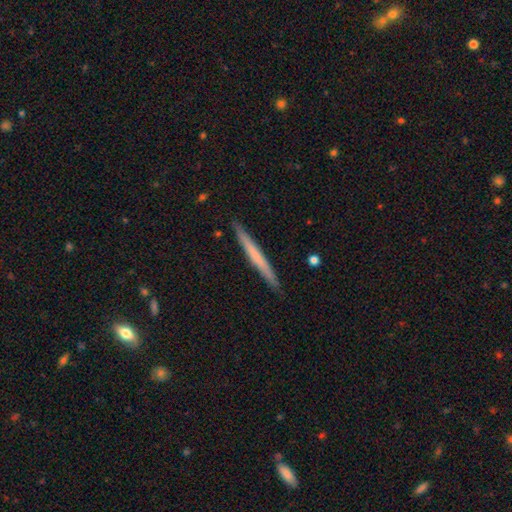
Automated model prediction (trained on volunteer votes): A smooth galaxy with no disk features (54%) that is cigar-shaped (97%).

Vote fractions:
- Smooth or featured? smooth: 54% / featured or disk: 40% / star or artifact: 5%
- How rounded? cigar-shaped: 97% / in between: 2% / round: 1%
- Merging? none: 91% / minor disturbance: 6% / major disturbance: 1% / merger: 1%